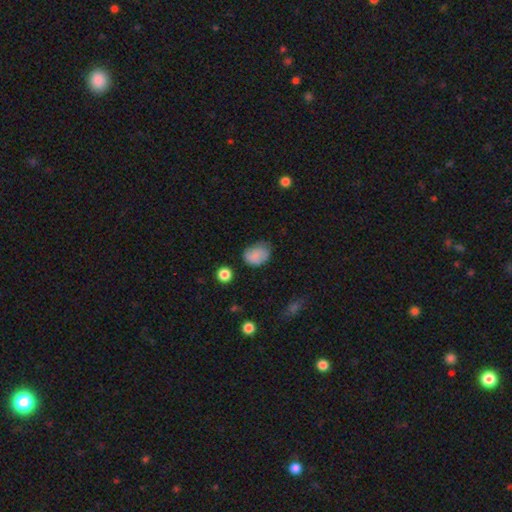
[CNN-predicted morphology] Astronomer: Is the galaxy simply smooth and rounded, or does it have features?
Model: smooth — 80%.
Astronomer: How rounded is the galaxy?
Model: in between — 64%.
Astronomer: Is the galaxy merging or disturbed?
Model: none — 60%.